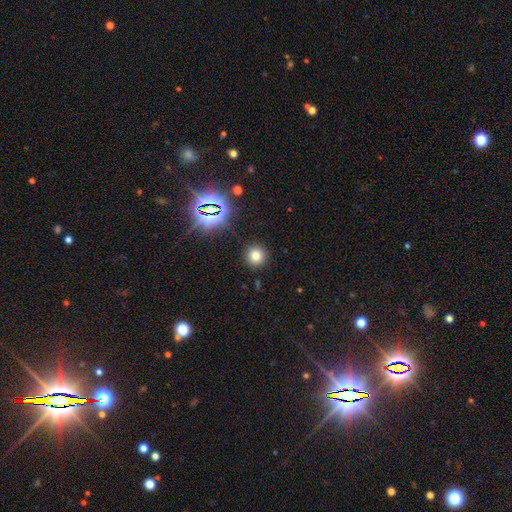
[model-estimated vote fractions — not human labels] A smooth galaxy with no disk features (74%) that is round (94%).

Vote fractions:
- Smooth or featured? smooth: 74% / star or artifact: 19% / featured or disk: 7%
- How rounded? round: 94% / in between: 5% / cigar-shaped: 1%
- Merging? none: 90% / minor disturbance: 6% / major disturbance: 2% / merger: 2%